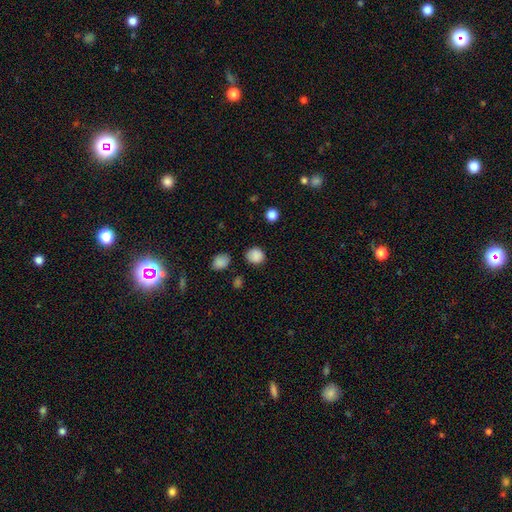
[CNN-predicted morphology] type=smooth (86%); roundness=round (76%); merging=none (77%).